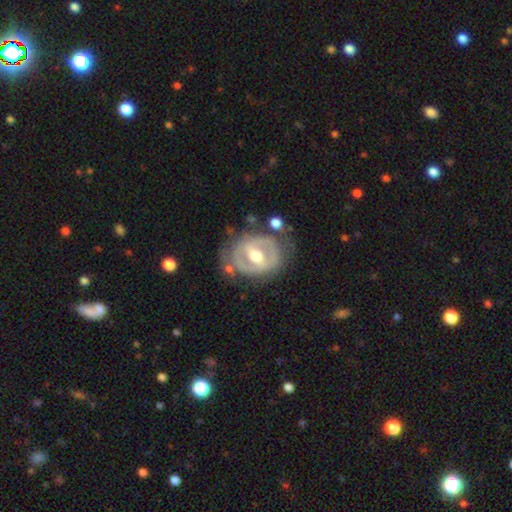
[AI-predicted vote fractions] featured or disk 75%, smooth 20%, star or artifact 5%. Down the decision tree: edge-on disk — no (95%); bar — strong (42%); spiral arms — no (53%); bulge size — moderate (75%); merging — none (64%).